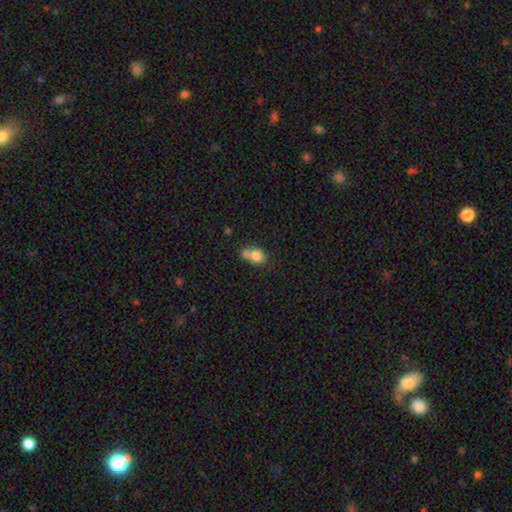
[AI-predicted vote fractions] The model was most divided on "merging": merger: 50%, none: 32%, minor disturbance: 13%, major disturbance: 5%. More confident: smooth or featured — smooth (78%); how rounded — round (61%).